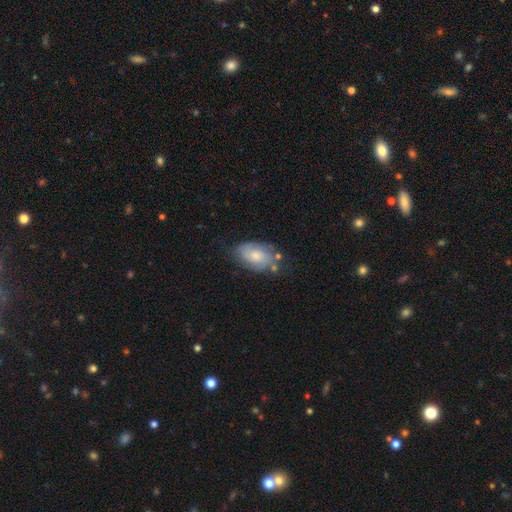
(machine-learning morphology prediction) Smooth or featured? featured or disk (47%)
Merging? none (61%)